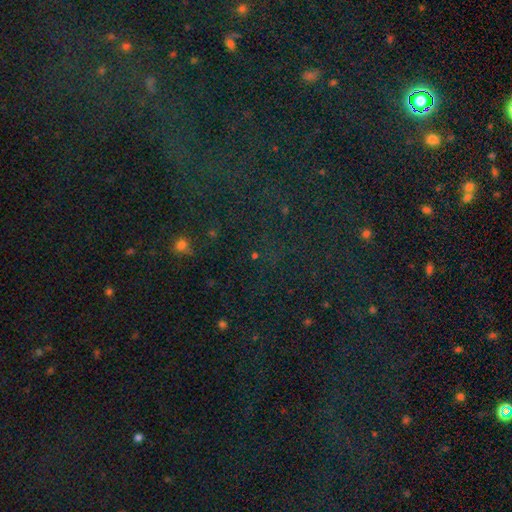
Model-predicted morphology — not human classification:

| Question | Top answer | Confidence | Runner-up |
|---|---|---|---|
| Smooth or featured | star or artifact | 69% | smooth (23%) |